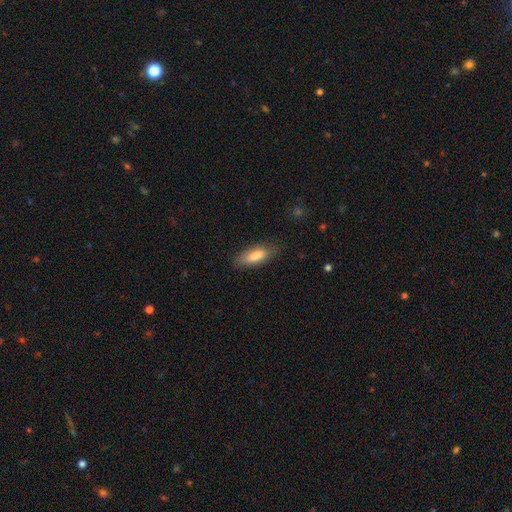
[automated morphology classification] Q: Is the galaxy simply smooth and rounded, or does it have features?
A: smooth — 81%.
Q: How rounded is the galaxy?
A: in between — 69%.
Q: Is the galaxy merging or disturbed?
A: none — 82%.